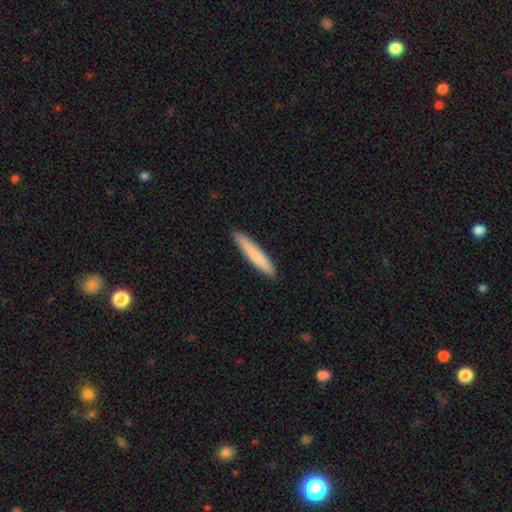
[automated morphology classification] This appears to be a smooth galaxy with no disk features (79%) that is cigar-shaped (94%). Merging: none (91%).